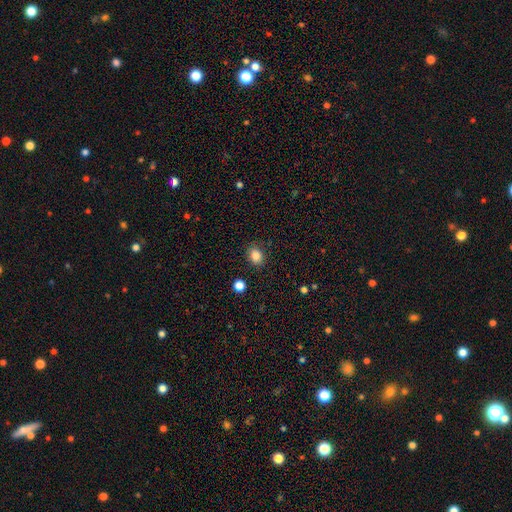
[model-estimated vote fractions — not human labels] smooth-or-featured: smooth: 85% | star or artifact: 11% | featured or disk: 5%
  how-rounded: round: 50% | in between: 49% | cigar-shaped: 1%
  merging: none: 85% | minor disturbance: 10% | major disturbance: 3% | merger: 2%